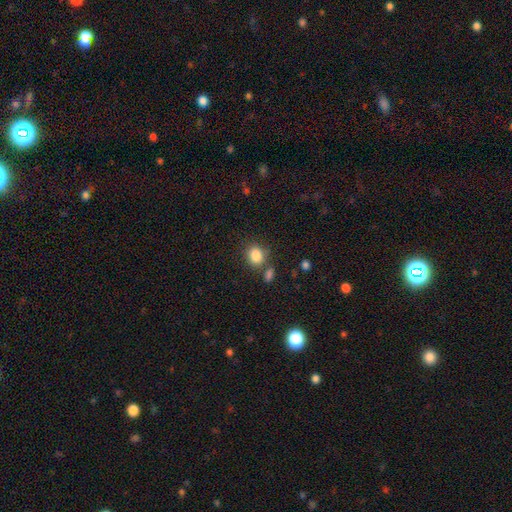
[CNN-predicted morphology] This is clearly a smooth galaxy (85%). How rounded: possibly round (54%). Merging: likely none (66%).